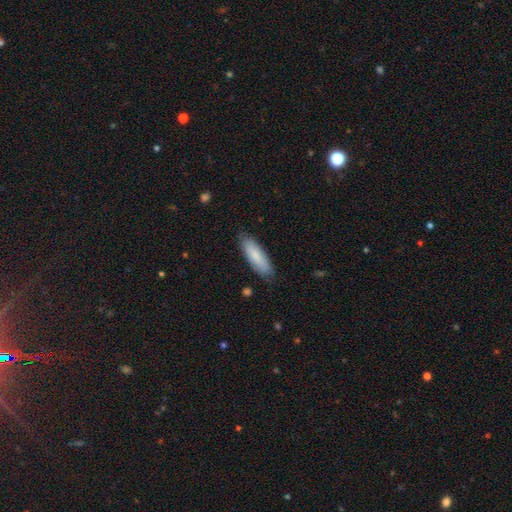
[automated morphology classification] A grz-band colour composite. It shows a smooth galaxy with no disk features (81%) that is in between round and cigar-shaped (52%). Merging: none (84%).